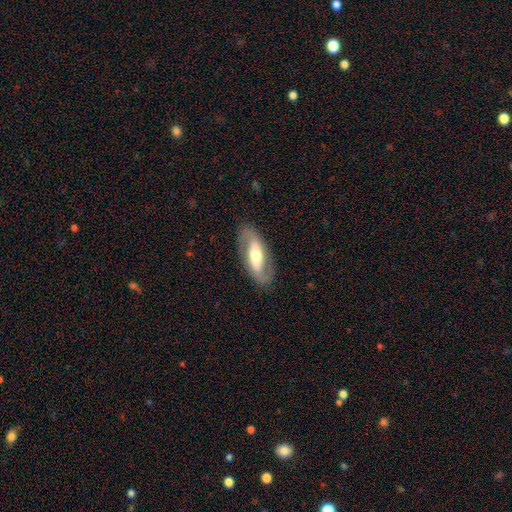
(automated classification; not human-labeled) This appears to be a featured or disk galaxy (75%) with a strong bar (42%), 2 (91%) loose (46%) spiral arms (84%) and a moderate central bulge (65%). Merging: none (85%).